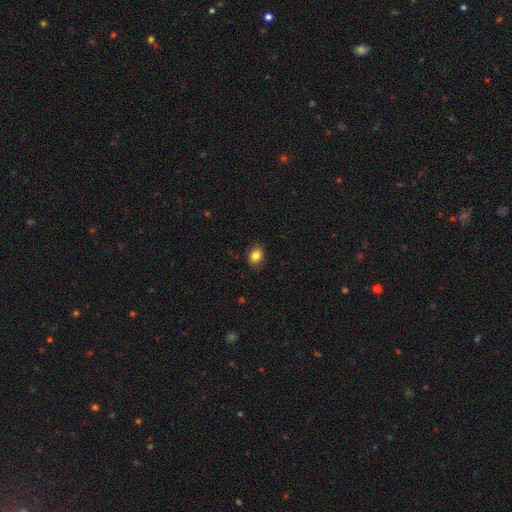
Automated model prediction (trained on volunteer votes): Smooth or featured? smooth (84%)
How rounded? in between (58%)
Merging? none (83%)